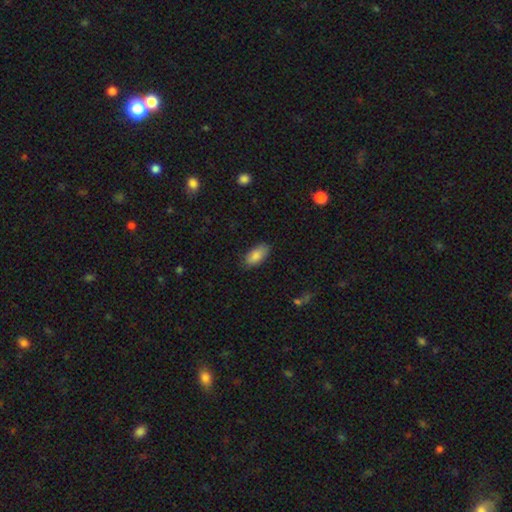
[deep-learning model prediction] Smooth or featured? smooth (85%)
How rounded? in between (91%)
Merging? none (81%)